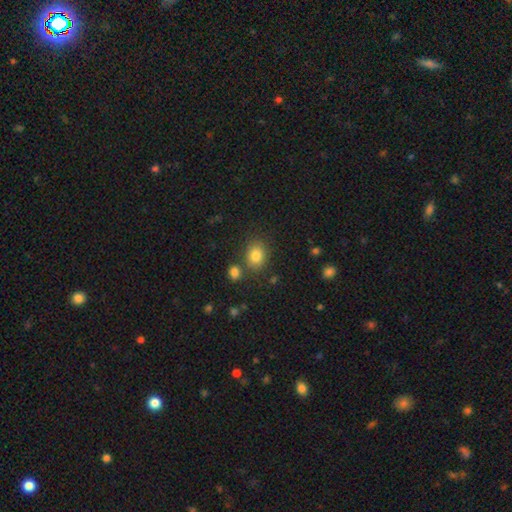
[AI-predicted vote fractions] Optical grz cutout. It shows a smooth galaxy with no disk features (82%) that is in between round and cigar-shaped (54%). Merging: none (76%).